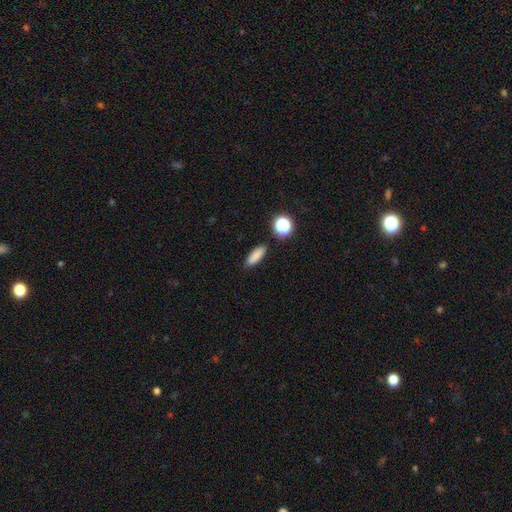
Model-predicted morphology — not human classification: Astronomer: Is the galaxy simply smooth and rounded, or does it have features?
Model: smooth — 84%.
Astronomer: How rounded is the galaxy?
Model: in between — 57% (runner-up: cigar-shaped, 38%).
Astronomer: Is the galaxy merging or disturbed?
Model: none — 86%.